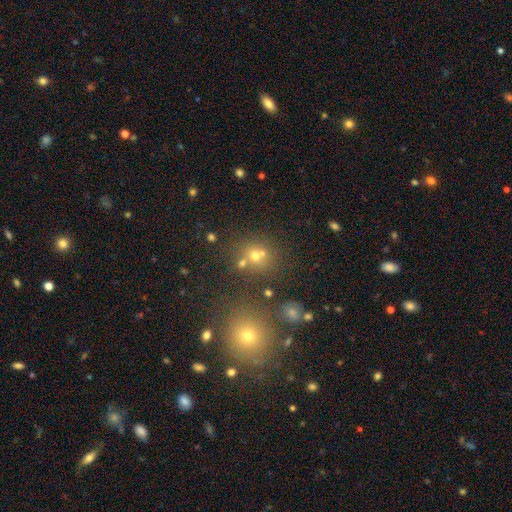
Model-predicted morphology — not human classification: A smooth galaxy with no disk features (59%) that is round (82%). Merging: none (63%).